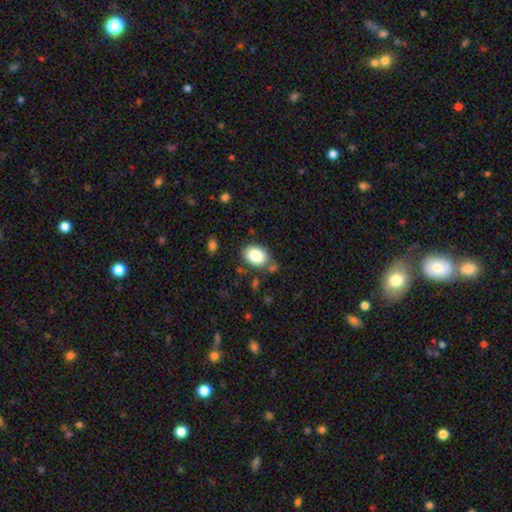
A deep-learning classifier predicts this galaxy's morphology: Smooth or featured? Predicted: smooth (p=0.86). How rounded? Predicted: in between (p=0.83). Merging? Predicted: none (p=0.76).